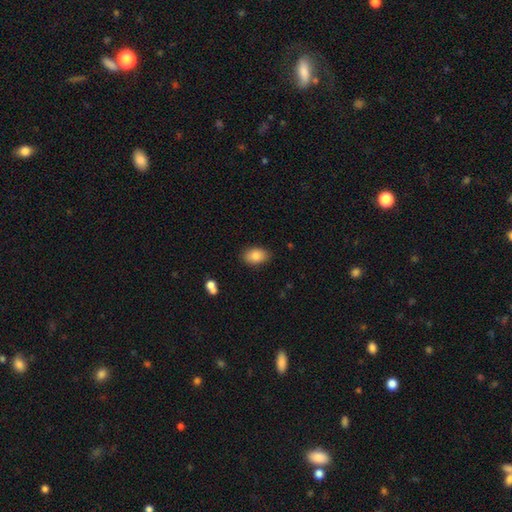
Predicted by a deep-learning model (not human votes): smooth-or-featured: smooth: 85% | star or artifact: 7% | featured or disk: 7%
  how-rounded: in between: 89% | round: 10% | cigar-shaped: 1%
  merging: none: 84% | minor disturbance: 12% | major disturbance: 3% | merger: 1%